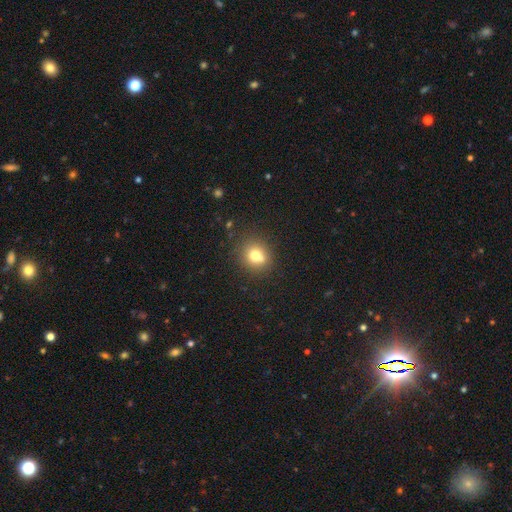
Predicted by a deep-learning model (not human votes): A smooth galaxy with no disk features (73%) that is round (79%). Merging: none (64%).